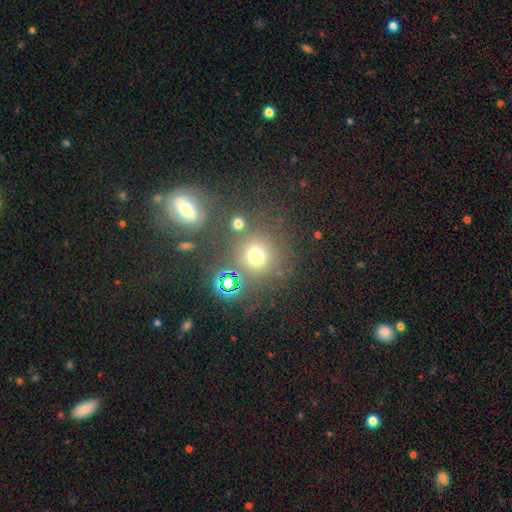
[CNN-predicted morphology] smooth_or_featured: smooth (p=0.65) [alt: star or artifact p=0.25]
how_rounded: round (p=0.92) [alt: in between p=0.07]
merging: none (p=0.72) [alt: merger p=0.12]